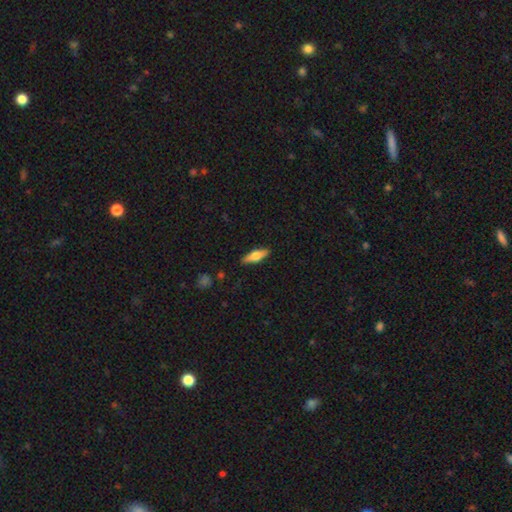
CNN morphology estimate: Smooth or featured? smooth (58%)
How rounded? cigar-shaped (49%, tied with in between)
Merging? none (88%)